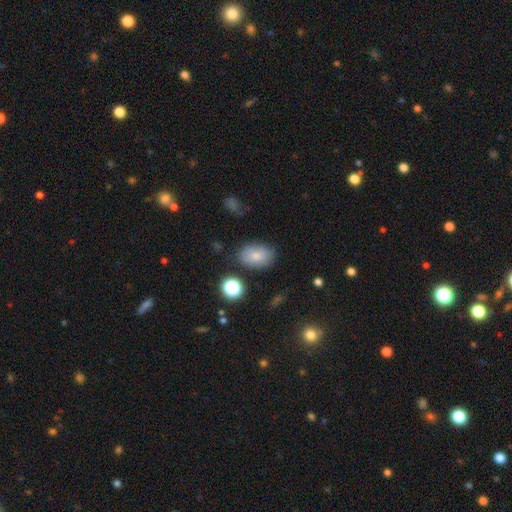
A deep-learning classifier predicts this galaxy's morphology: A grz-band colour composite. It shows a smooth galaxy with no disk features (78%) that is in between round and cigar-shaped (80%). Merging: none (76%).